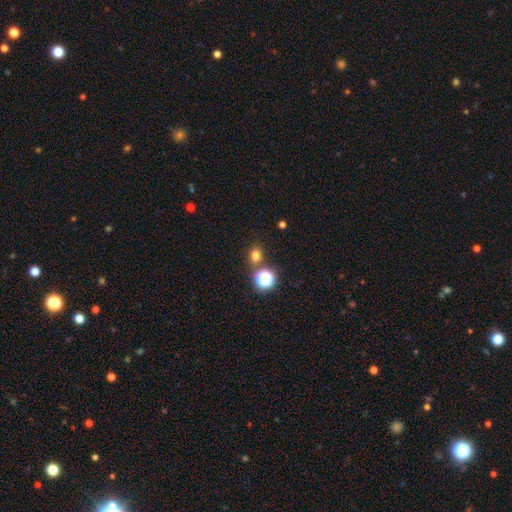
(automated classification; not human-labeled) Smooth or featured: smooth — 73% (star or artifact — 21%)
How rounded: round — 66% (in between — 33%)
Merging: none — 77% (merger — 11%)